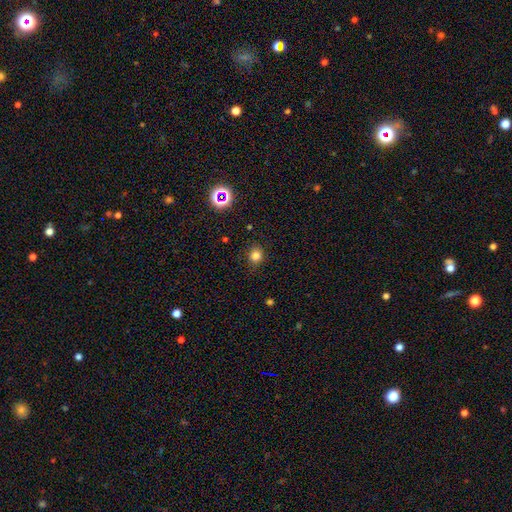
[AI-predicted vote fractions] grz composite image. It shows a smooth galaxy with no disk features (79%) that is round (77%). Merging: none (83%).